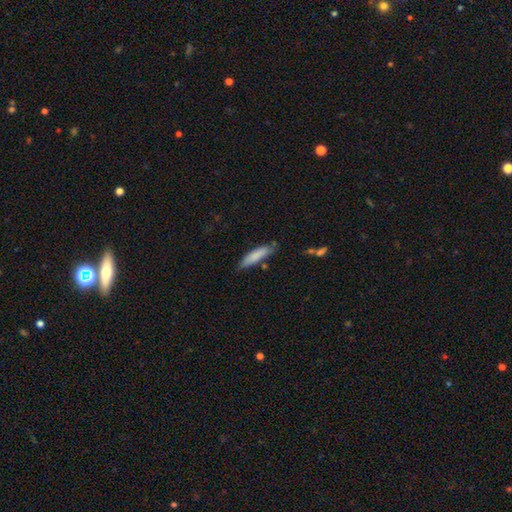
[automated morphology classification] smooth_or_featured: smooth (p=0.82) [alt: featured or disk p=0.12]
how_rounded: cigar-shaped (p=0.73) [alt: in between p=0.26]
merging: none (p=0.73) [alt: minor disturbance p=0.19]